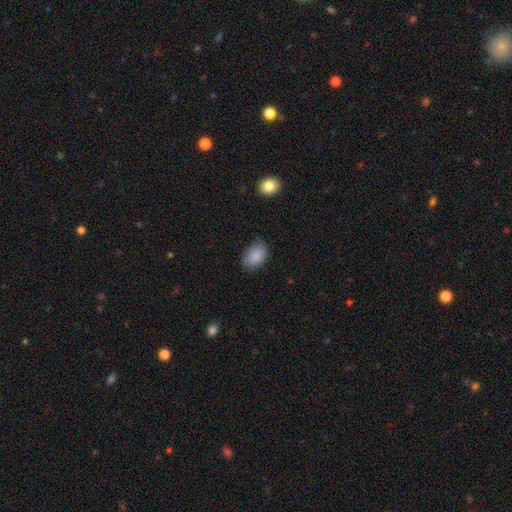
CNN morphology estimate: smooth 87%, star or artifact 7%, featured or disk 6%. Down the decision tree: how rounded — in between (84%); merging — none (73%).